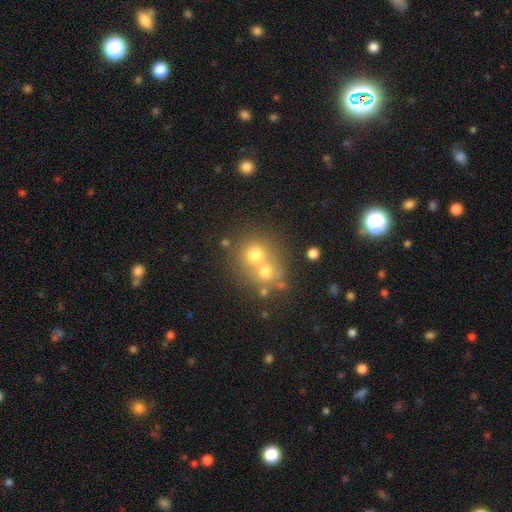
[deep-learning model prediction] smooth 64%, featured or disk 19%, star or artifact 17%. Down the decision tree: how rounded — round (82%); merging — merger (52%).